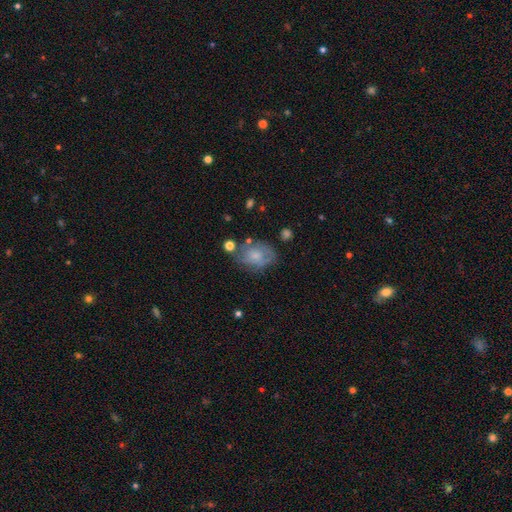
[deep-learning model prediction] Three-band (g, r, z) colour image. It shows a smooth galaxy with no disk features (54%) that is in between round and cigar-shaped (66%). Merging: none (51%).